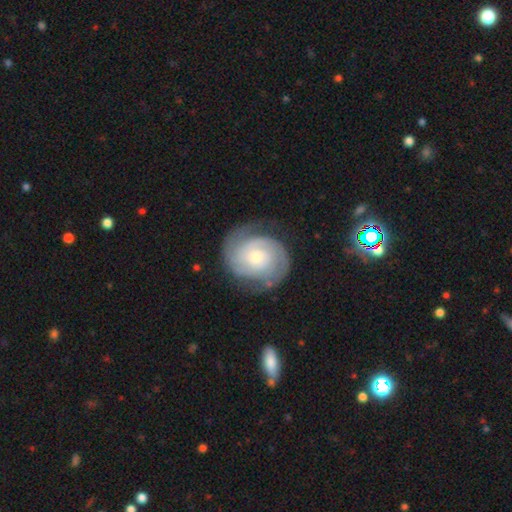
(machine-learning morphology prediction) The model was most divided on "bulge size": small: 51%, moderate: 43%, large: 4%, none: 2%, dominant: 1%. More confident: edge-on disk — no (98%); spiral arms — yes (97%); smooth or featured — featured or disk (85%); merging — none (76%); bar — no (70%); spiral winding — tight (66%); spiral arm count — 2 (63%).